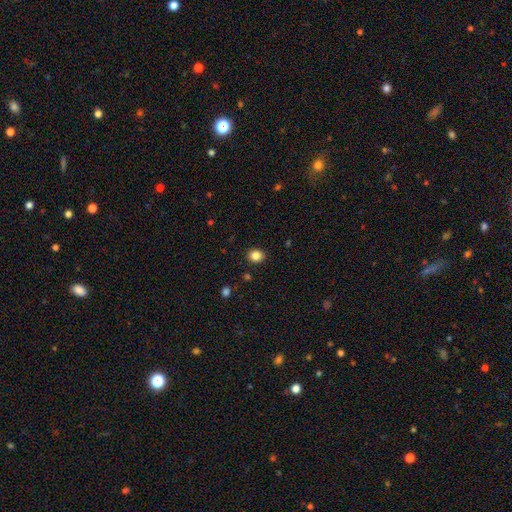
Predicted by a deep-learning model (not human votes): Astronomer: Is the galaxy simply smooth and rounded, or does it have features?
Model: smooth — 85%.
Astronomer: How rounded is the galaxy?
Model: round — 68%.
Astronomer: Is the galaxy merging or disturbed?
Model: none — 90%.